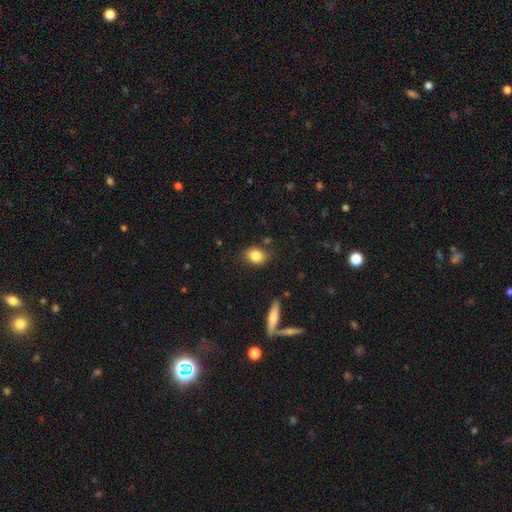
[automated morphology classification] Q: Smooth or featured?
A: smooth (83%); runner-up: star or artifact (9%)
Q: How rounded?
A: in between (53%); runner-up: round (45%)
Q: Merging?
A: none (81%); runner-up: minor disturbance (13%)